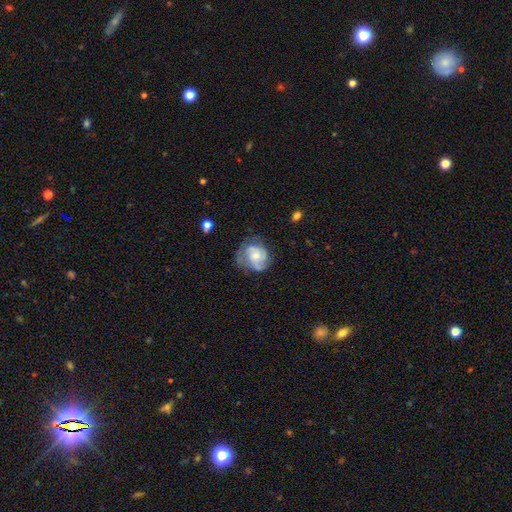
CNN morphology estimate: Smooth or featured?
  - featured or disk: 65% *
  - smooth: 28%
  - star or artifact: 7%
Edge-on disk?
  - no: 98% *
  - yes: 2%
Bar?
  - no: 70% *
  - weak: 26%
  - strong: 4%
Spiral arms?
  - yes: 85% *
  - no: 15%
Spiral winding?
  - tight: 42% * (tied)
  - medium: 42% * (tied)
  - loose: 17%
Spiral arm count?
  - 2: 40% *
  - 3: 24%
  - can't tell: 24%
  - 1: 6%
  - 4: 4%
  - more than 4: 3%
Bulge size?
  - moderate: 44% *
  - small: 43%
  - none: 6%
  - large: 5%
  - dominant: 1%
Merging?
  - none: 57% *
  - minor disturbance: 26%
  - major disturbance: 15%
  - merger: 2%